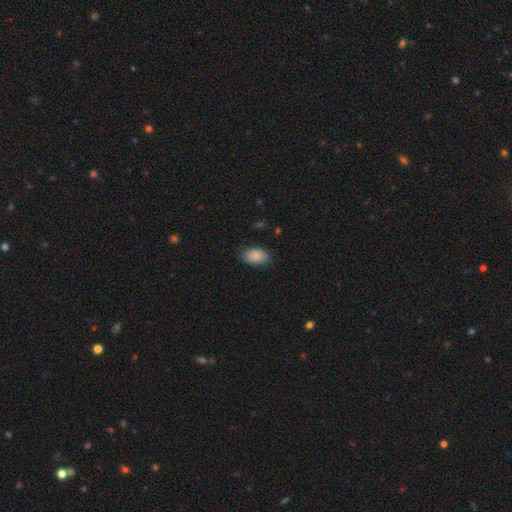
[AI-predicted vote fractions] This is clearly a smooth galaxy (89%). How rounded: clearly in between (90%). Merging: clearly none (82%).